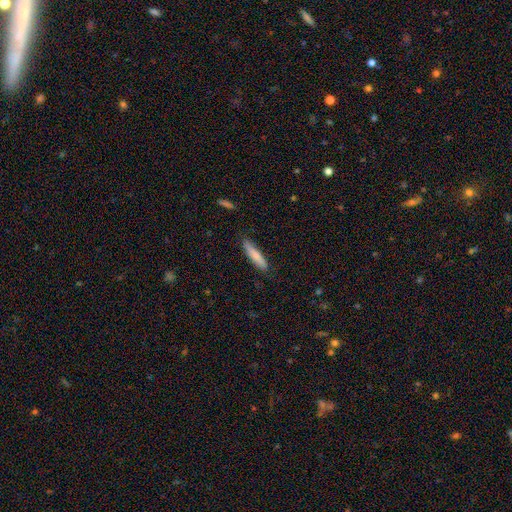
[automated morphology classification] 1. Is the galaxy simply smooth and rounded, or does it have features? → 79% smooth, 16% featured or disk, 6% star or artifact.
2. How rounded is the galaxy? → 86% cigar-shaped, 12% in between, 1% round.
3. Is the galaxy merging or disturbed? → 85% none, 12% minor disturbance, 2% major disturbance, 1% merger.